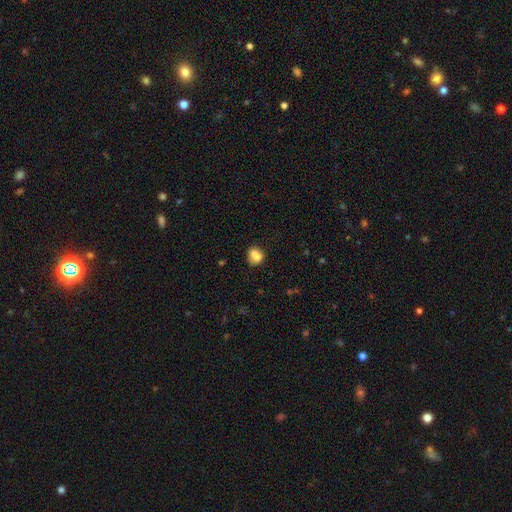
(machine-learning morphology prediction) This appears to be a smooth galaxy with no disk features (72%) that is round (63%). Merging: merger (46%).